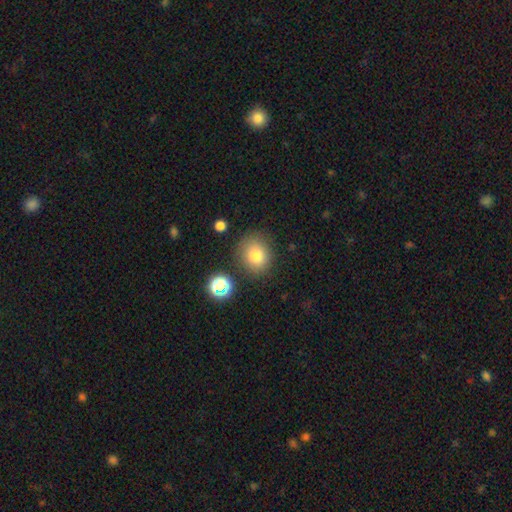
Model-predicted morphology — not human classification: The model was most divided on "how rounded": round: 76%, in between: 23%, cigar-shaped: 1%. More confident: merging — none (80%); smooth or featured — smooth (78%).